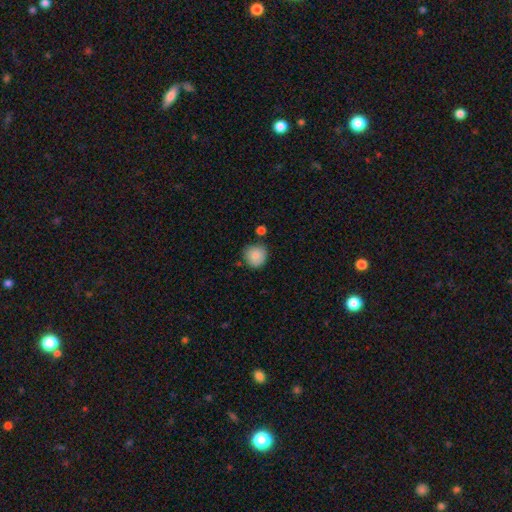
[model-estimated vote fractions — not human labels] A smooth galaxy with no disk features (86%) that is round (91%).

Vote fractions:
- Smooth or featured? smooth: 86% / star or artifact: 8% / featured or disk: 6%
- How rounded? round: 91% / in between: 8% / cigar-shaped: 1%
- Merging? none: 77% / minor disturbance: 15% / merger: 5% / major disturbance: 3%